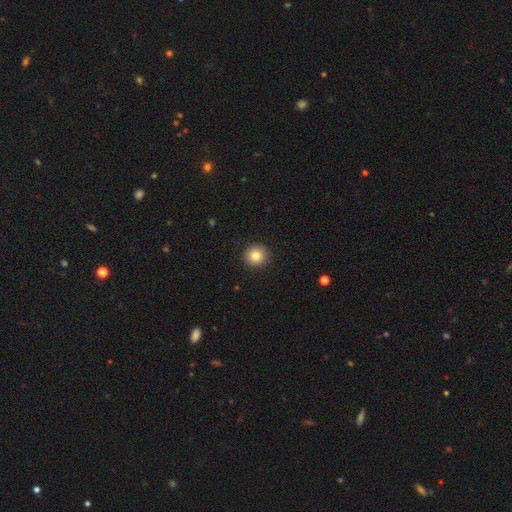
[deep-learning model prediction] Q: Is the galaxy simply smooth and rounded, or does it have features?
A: smooth — 82%.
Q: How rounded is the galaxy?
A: round — 94%.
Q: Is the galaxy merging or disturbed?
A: none — 92%.